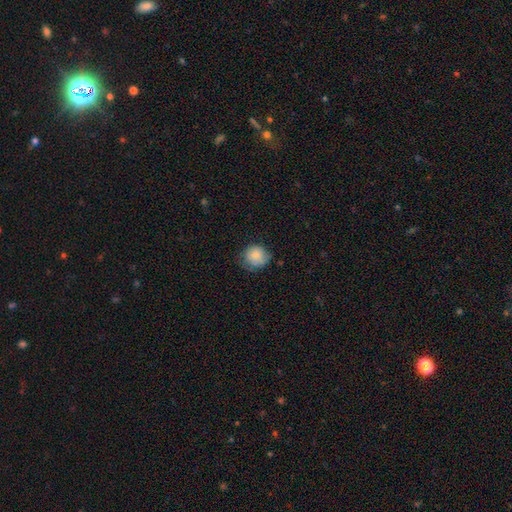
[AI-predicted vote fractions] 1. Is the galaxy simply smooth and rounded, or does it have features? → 82% smooth, 10% featured or disk, 8% star or artifact.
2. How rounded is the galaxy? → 80% round, 19% in between, 1% cigar-shaped.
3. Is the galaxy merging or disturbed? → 58% none, 32% minor disturbance, 8% major disturbance, 1% merger.